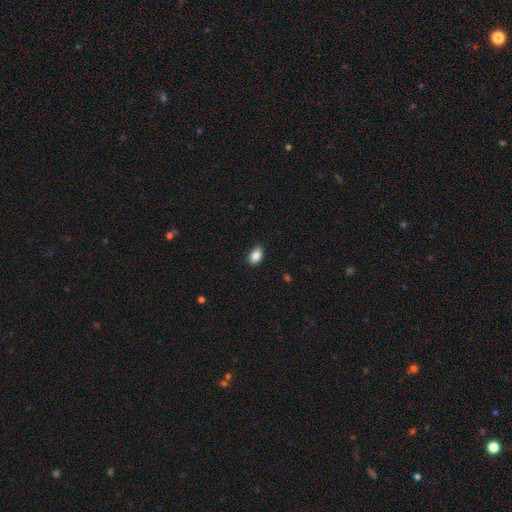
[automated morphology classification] Overall: smooth (87%). How rounded: in between (84%). Merging: none (86%).